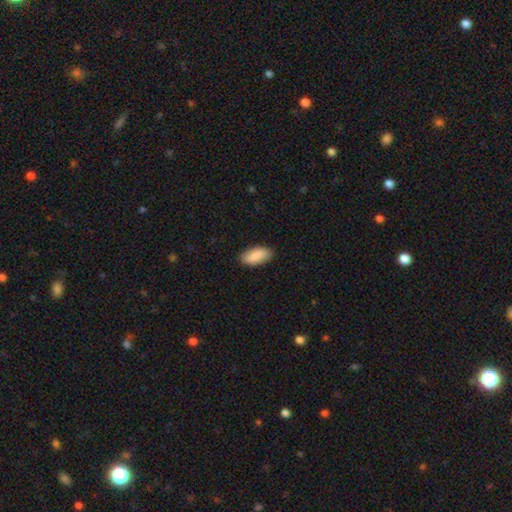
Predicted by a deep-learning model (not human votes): Smooth or featured? smooth (89%)
How rounded? in between (91%)
Merging? none (87%)